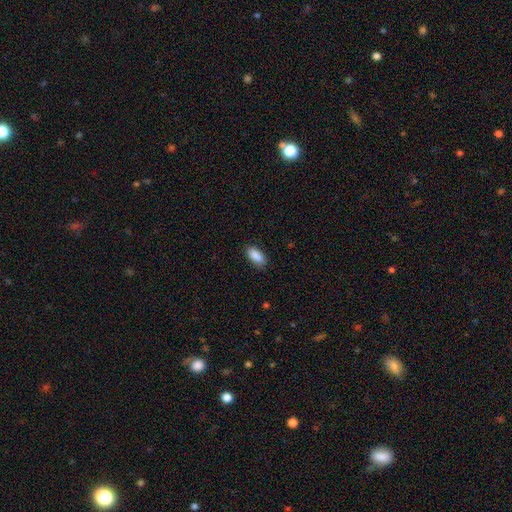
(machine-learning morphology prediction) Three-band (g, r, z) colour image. It shows a smooth galaxy with no disk features (90%) that is in between round and cigar-shaped (89%). Merging: none (84%).